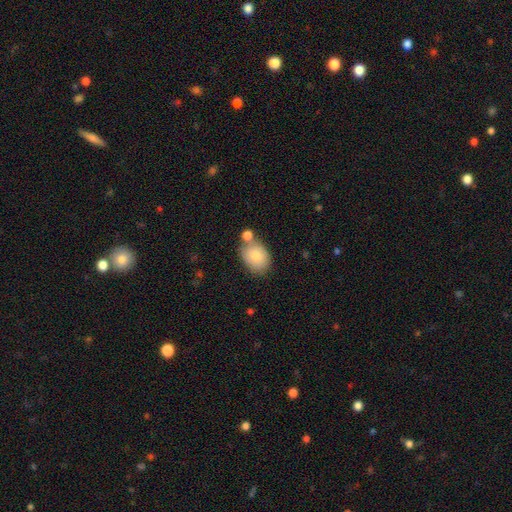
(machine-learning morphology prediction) Smooth or featured? smooth (80%)
How rounded? in between (73%)
Merging? none (60%)